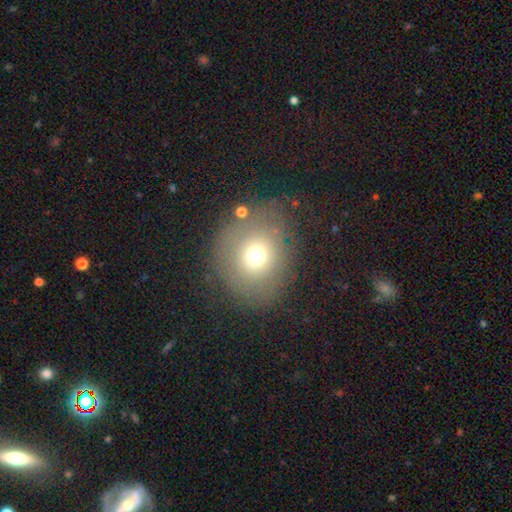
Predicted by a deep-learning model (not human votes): This is likely a smooth galaxy (67%). How rounded: clearly round (81%). Merging: likely none (74%).